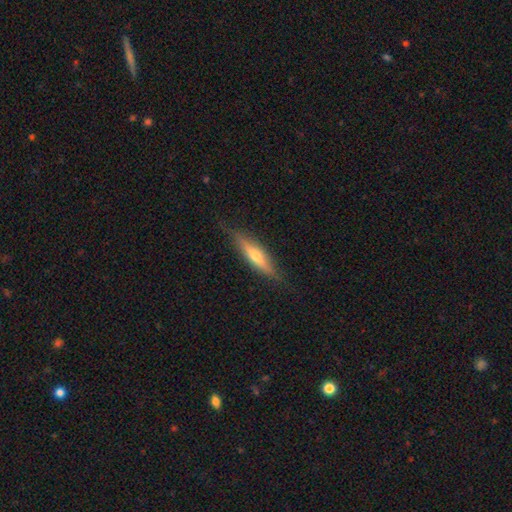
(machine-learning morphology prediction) type=featured or disk (57%); edge-on=yes (93%); edge-on bulge=rounded (82%); merging=none (82%).